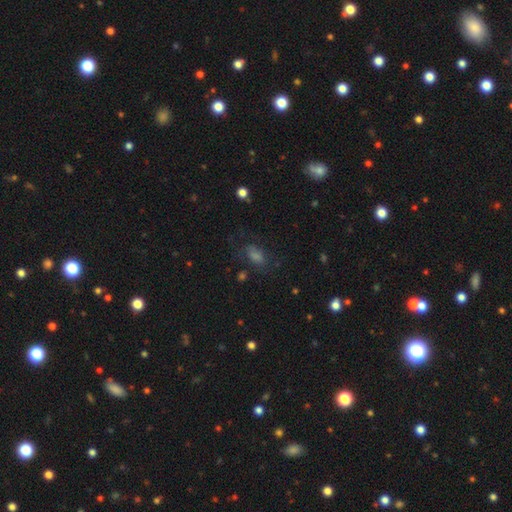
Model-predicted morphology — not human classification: Smooth or featured: smooth — 70% (featured or disk — 16%)
How rounded: in between — 85% (round — 10%)
Merging: none — 52% (minor disturbance — 24%)